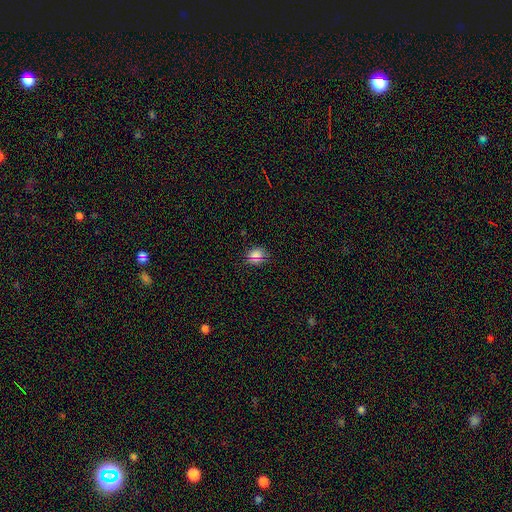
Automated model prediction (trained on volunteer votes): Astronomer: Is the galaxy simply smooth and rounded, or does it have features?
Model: smooth — 70%.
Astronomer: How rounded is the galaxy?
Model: in between — 51% (runner-up: round, 46%).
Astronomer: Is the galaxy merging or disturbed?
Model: none — 84%.